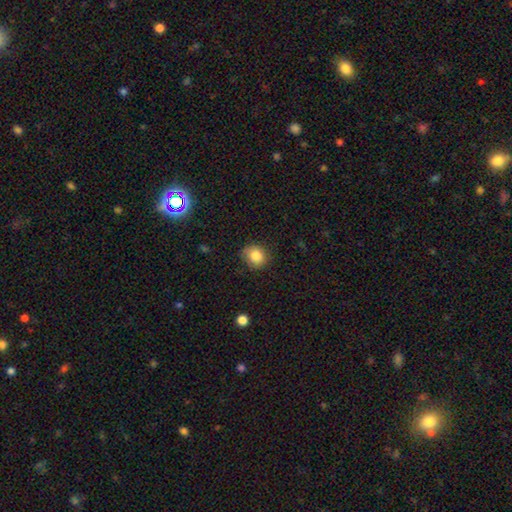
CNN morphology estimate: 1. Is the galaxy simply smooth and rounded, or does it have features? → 83% smooth, 10% star or artifact, 7% featured or disk.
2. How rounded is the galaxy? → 79% round, 20% in between, 1% cigar-shaped.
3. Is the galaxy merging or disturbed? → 76% none, 19% minor disturbance, 4% major disturbance, 1% merger.